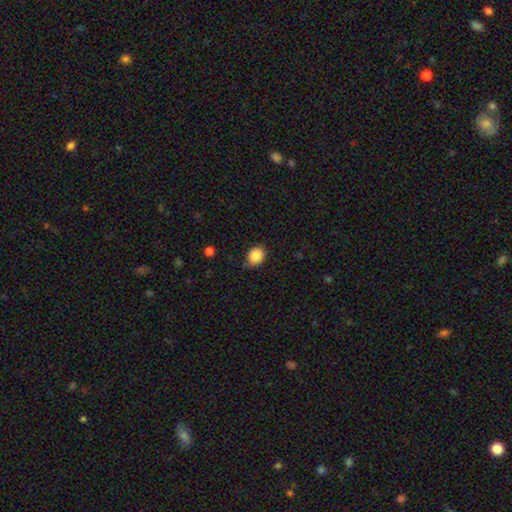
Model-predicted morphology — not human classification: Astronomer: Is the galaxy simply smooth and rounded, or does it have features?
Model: smooth — 87%.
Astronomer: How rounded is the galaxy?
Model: round — 54% (runner-up: in between, 45%).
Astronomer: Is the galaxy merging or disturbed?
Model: none — 74%.